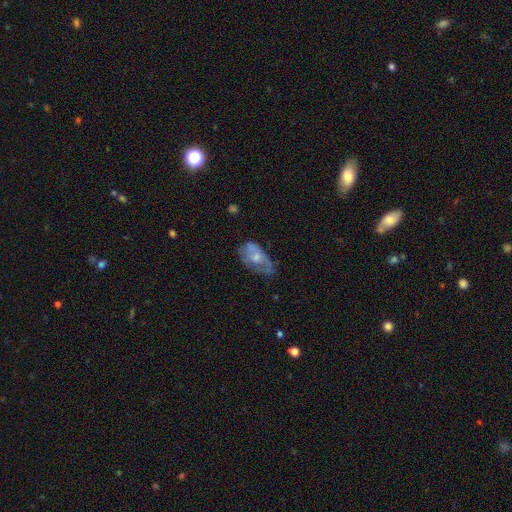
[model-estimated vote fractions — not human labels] This appears to be a featured or disk galaxy (49%). Merging: none (41%).